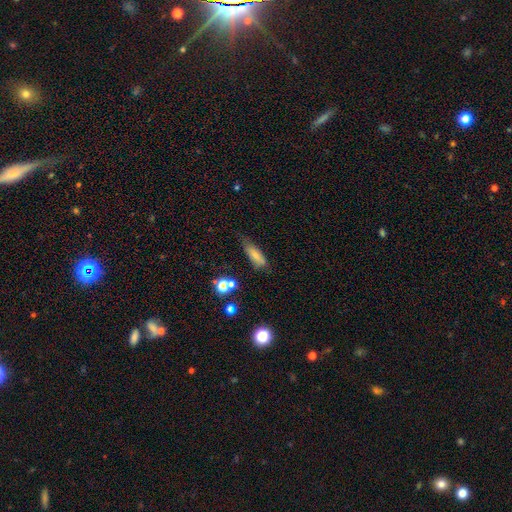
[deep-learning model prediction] smooth 74%, featured or disk 16%, star or artifact 10%. Down the decision tree: how rounded — in between (60%); merging — none (55%).